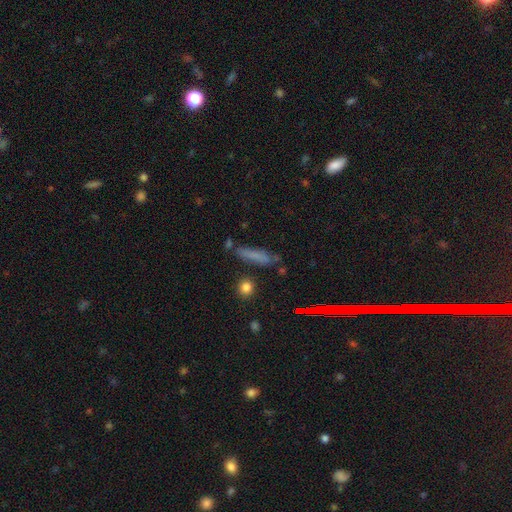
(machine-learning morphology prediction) smooth-or-featured: smooth: 66% | featured or disk: 19% | star or artifact: 15%
  how-rounded: cigar-shaped: 79% | in between: 18% | round: 3%
  merging: none: 73% | minor disturbance: 16% | merger: 6% | major disturbance: 5%